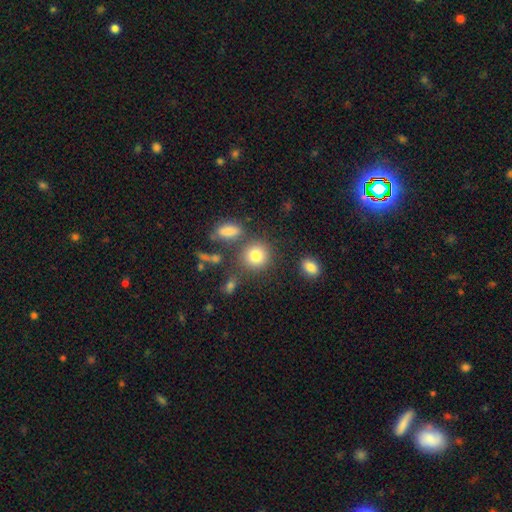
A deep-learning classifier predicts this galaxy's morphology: type=smooth (80%); roundness=round (86%); merging=none (75%).